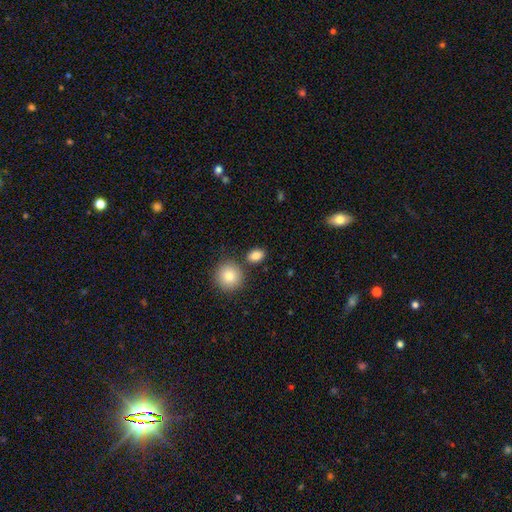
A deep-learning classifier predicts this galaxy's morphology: Smooth or featured?
  - smooth: 85% *
  - star or artifact: 9%
  - featured or disk: 6%
How rounded?
  - in between: 65% *
  - round: 33%
  - cigar-shaped: 2%
Merging?
  - none: 78% *
  - minor disturbance: 10%
  - merger: 9%
  - major disturbance: 3%